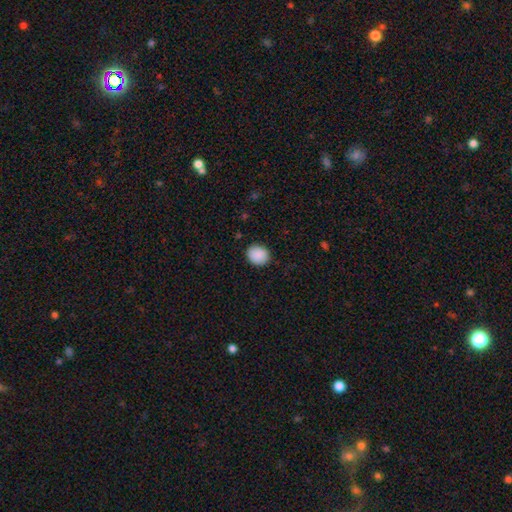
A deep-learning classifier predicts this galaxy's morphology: This appears to be a smooth galaxy with no disk features (90%) that is round (73%). Merging: none (88%).